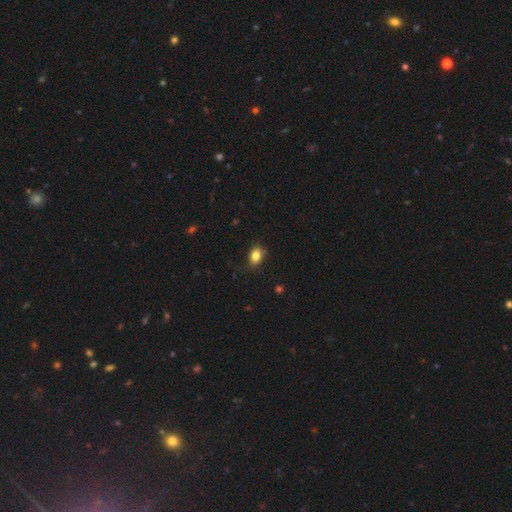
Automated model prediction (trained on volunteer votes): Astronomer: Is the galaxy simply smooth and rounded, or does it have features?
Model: smooth — 84%.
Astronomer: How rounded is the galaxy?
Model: in between — 75%.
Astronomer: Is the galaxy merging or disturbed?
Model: none — 77%.